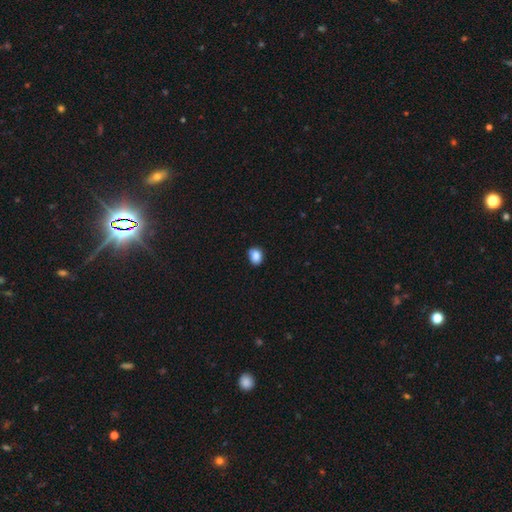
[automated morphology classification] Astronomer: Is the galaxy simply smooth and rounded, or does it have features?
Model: smooth — 85%.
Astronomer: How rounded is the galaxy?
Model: in between — 53% (runner-up: round, 46%).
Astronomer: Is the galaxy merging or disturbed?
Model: none — 76%.